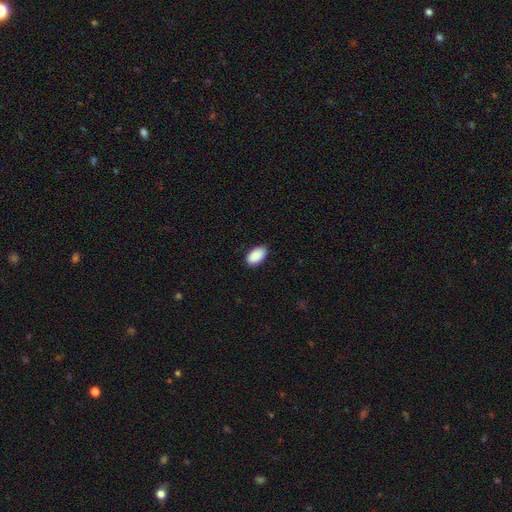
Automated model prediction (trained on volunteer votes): This is clearly a smooth galaxy (91%). How rounded: clearly in between (95%). Merging: clearly none (85%).